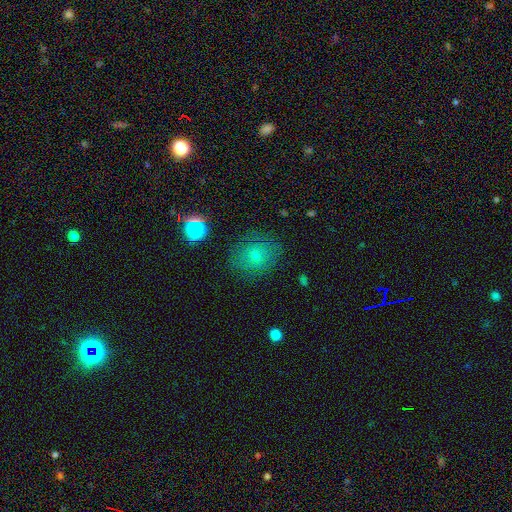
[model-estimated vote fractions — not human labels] This is possibly a smooth galaxy (60%). How rounded: likely round (71%). Merging: likely none (78%).